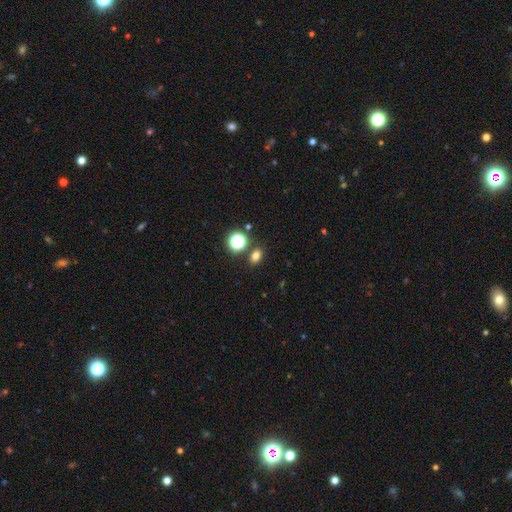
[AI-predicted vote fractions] smooth-or-featured: smooth: 74% | star or artifact: 19% | featured or disk: 7%
  how-rounded: in between: 64% | round: 34% | cigar-shaped: 2%
  merging: none: 80% | minor disturbance: 9% | merger: 8% | major disturbance: 3%